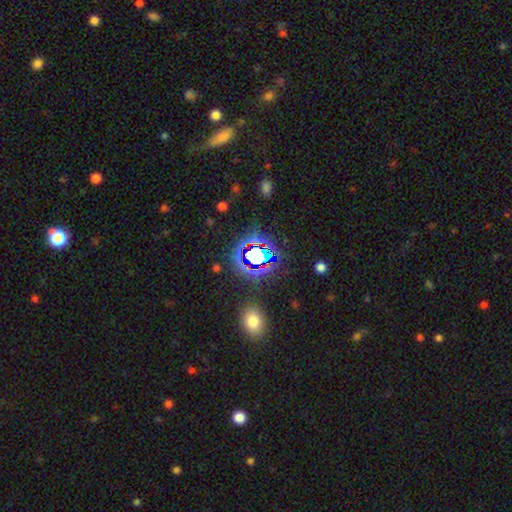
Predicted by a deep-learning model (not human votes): A star or artifact, not a galaxy (72%).

Vote fractions:
- Smooth or featured? star or artifact: 72% / smooth: 18% / featured or disk: 10%